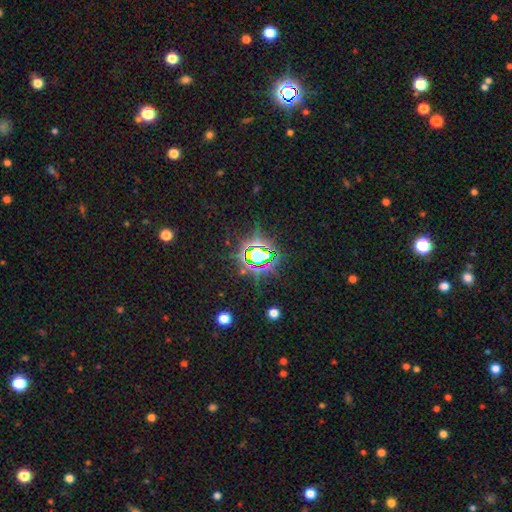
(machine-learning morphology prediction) Smooth or featured?
  - star or artifact: 77% *
  - smooth: 13%
  - featured or disk: 10%